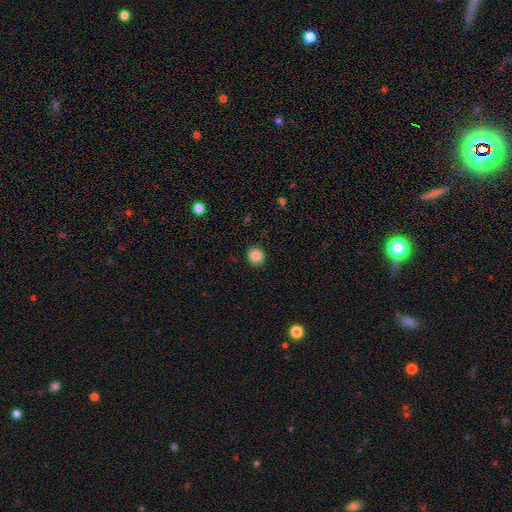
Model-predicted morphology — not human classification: Smooth or featured? smooth (87%)
How rounded? round (91%)
Merging? none (89%)